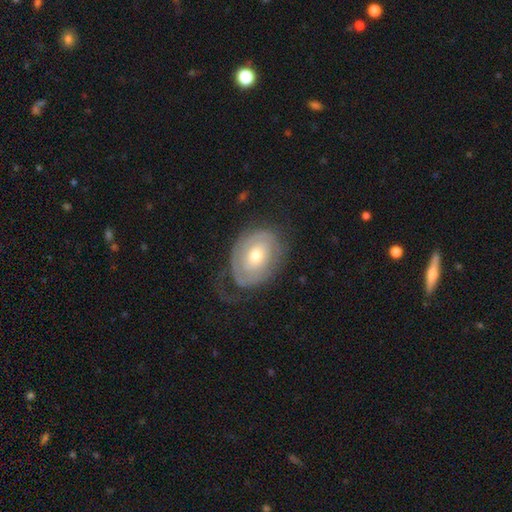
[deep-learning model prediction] Q: Smooth or featured?
A: featured or disk (69%); runner-up: smooth (25%)
Q: Edge-on disk?
A: no (95%); runner-up: yes (5%)
Q: Bar?
A: no (75%); runner-up: weak (20%)
Q: Spiral arms?
A: yes (74%); runner-up: no (26%)
Q: Bulge size?
A: moderate (59%); runner-up: small (34%)
Q: Merging?
A: none (54%); runner-up: minor disturbance (22%)